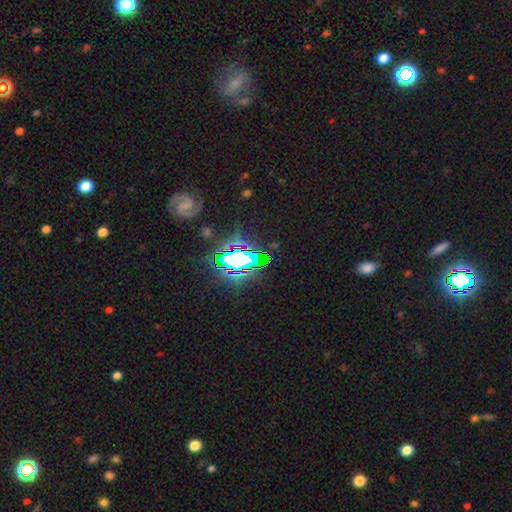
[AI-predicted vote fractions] Smooth or featured? Predicted: star or artifact (p=0.82).